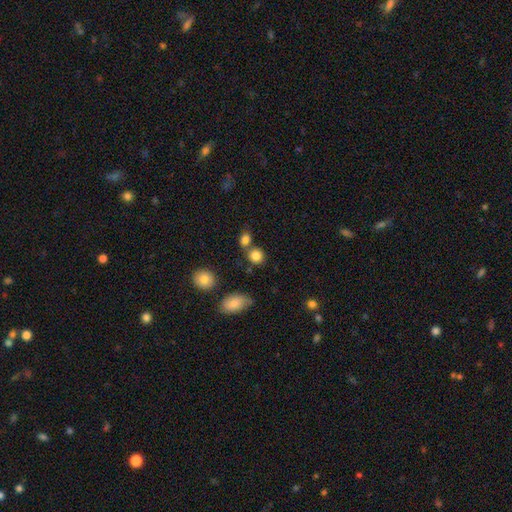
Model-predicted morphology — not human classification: A smooth galaxy with no disk features (83%) that is round (81%).

Vote fractions:
- Smooth or featured? smooth: 83% / star or artifact: 11% / featured or disk: 6%
- How rounded? round: 81% / in between: 18% / cigar-shaped: 1%
- Merging? none: 64% / merger: 22% / minor disturbance: 10% / major disturbance: 4%